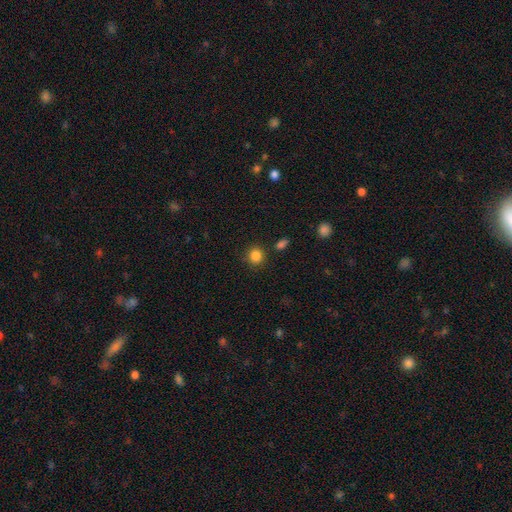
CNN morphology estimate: smooth-or-featured: smooth: 85% | star or artifact: 11% | featured or disk: 4%
  how-rounded: round: 86% | in between: 13% | cigar-shaped: 1%
  merging: none: 85% | minor disturbance: 8% | merger: 4% | major disturbance: 3%